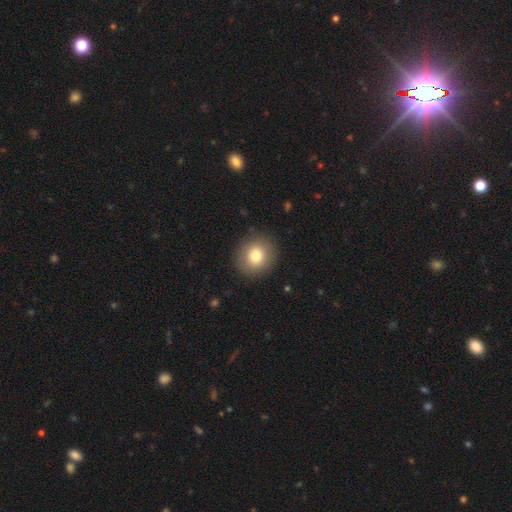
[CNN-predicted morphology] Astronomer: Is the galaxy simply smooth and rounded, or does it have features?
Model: smooth — 79%.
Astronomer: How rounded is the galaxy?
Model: round — 88%.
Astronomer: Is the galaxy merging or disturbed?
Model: none — 90%.